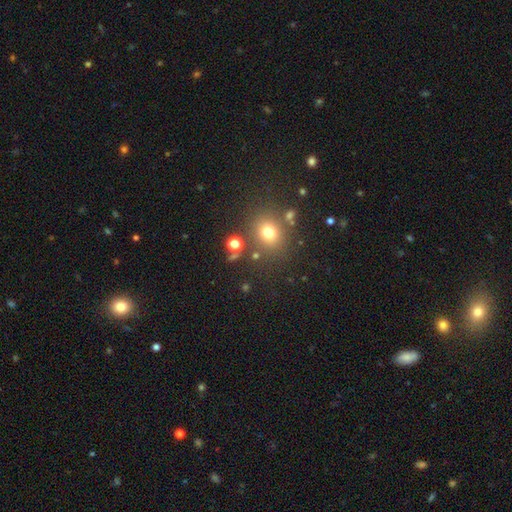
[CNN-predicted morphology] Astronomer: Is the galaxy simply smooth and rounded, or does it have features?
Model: smooth — 65%.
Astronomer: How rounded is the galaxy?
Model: round — 75%.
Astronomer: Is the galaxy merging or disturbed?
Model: none — 80%.